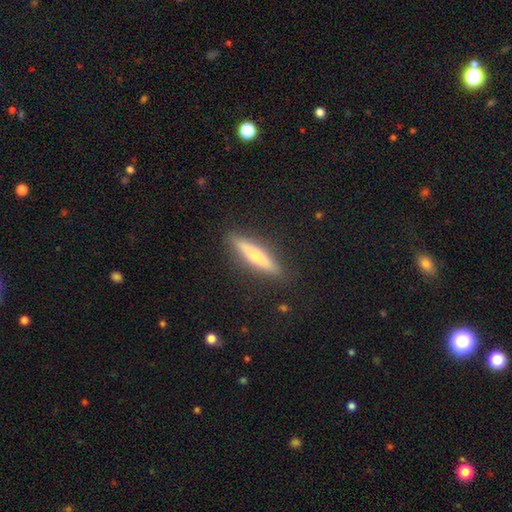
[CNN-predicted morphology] This is possibly a smooth galaxy (57%). How rounded: clearly cigar-shaped (88%). Merging: clearly none (89%).